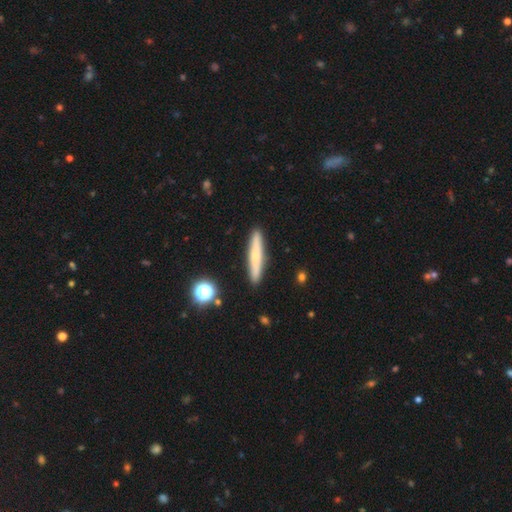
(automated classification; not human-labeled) Morphology: type=smooth (57%); roundness=cigar-shaped (92%); merging=none (91%).